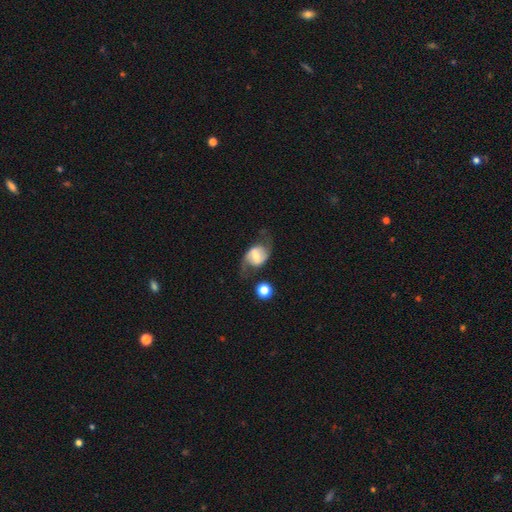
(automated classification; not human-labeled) Q: Smooth or featured?
A: featured or disk (71%); runner-up: smooth (22%)
Q: Edge-on disk?
A: no (96%); runner-up: yes (4%)
Q: Bar?
A: weak (46%); runner-up: no (27%)
Q: Spiral arms?
A: yes (89%); runner-up: no (11%)
Q: Spiral winding?
A: loose (50%); runner-up: medium (38%)
Q: Spiral arm count?
A: 2 (89%); runner-up: can't tell (5%)
Q: Bulge size?
A: moderate (45%); runner-up: small (37%)
Q: Merging?
A: none (61%); runner-up: minor disturbance (19%)